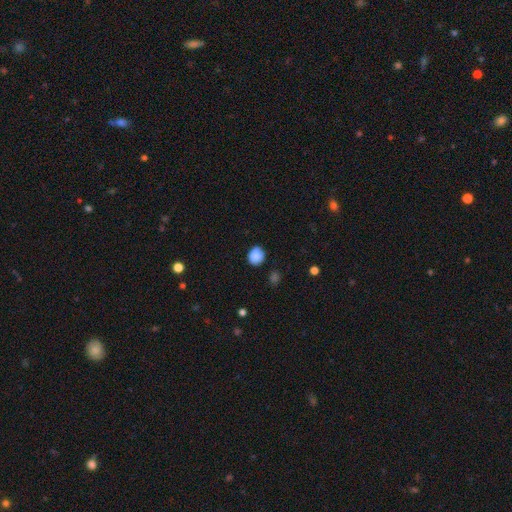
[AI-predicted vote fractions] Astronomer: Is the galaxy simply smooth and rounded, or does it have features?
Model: smooth — 86%.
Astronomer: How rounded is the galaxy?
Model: round — 74%.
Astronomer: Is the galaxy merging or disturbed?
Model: none — 77%.